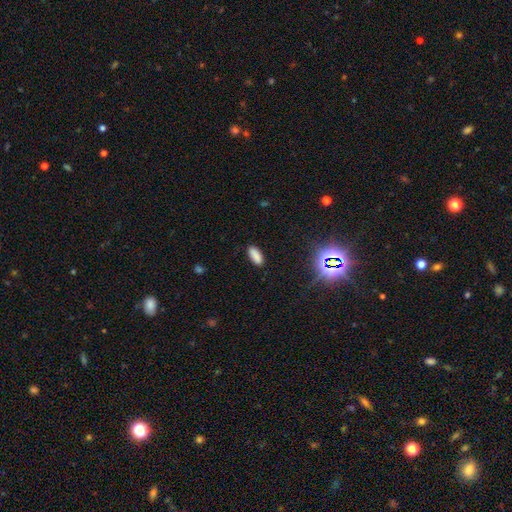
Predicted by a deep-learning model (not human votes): The model was most divided on "how rounded": in between: 78%, cigar-shaped: 20%, round: 2%. More confident: merging — none (87%); smooth or featured — smooth (82%).